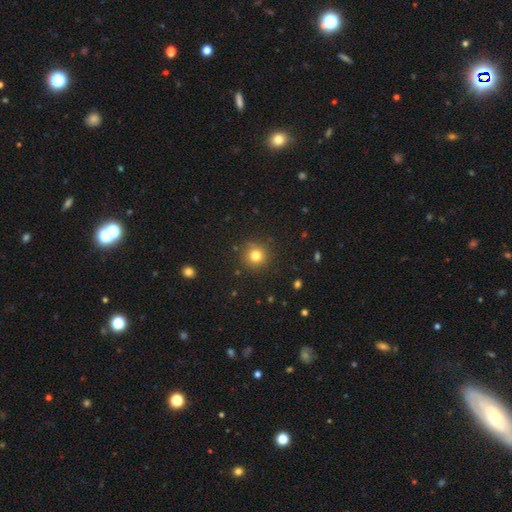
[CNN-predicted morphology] smooth 79%, star or artifact 14%, featured or disk 7%. Down the decision tree: how rounded — round (94%); merging — none (87%).